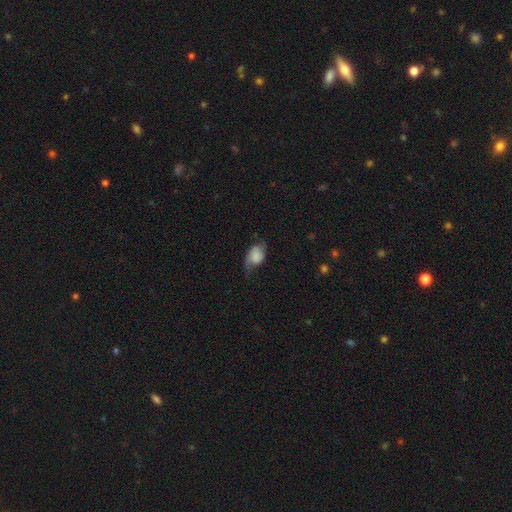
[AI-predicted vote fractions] smooth 59%, featured or disk 32%, star or artifact 9%. Down the decision tree: how rounded — in between (79%); merging — none (41%).